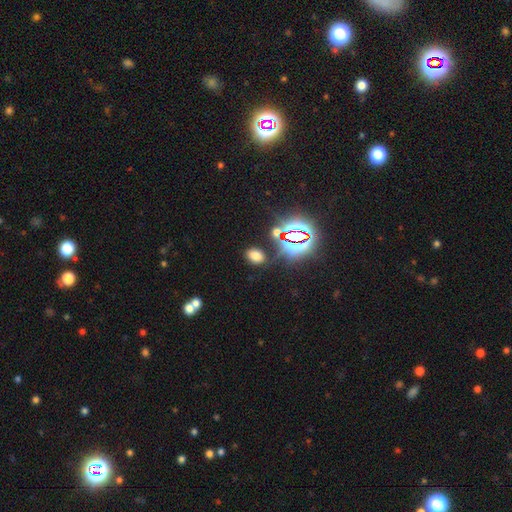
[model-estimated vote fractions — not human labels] This is likely a smooth galaxy (63%). How rounded: likely in between (77%). Merging: clearly none (83%).